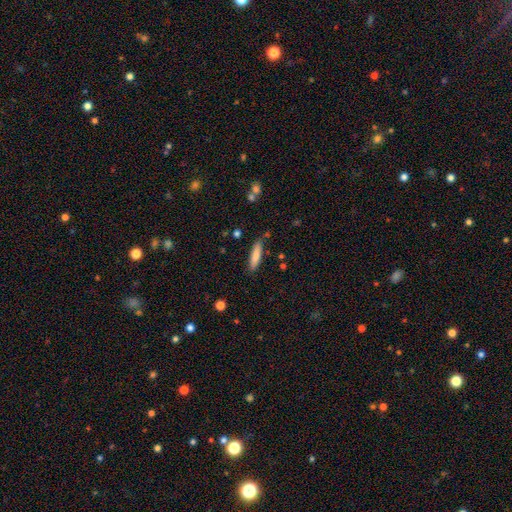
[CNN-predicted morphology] Smooth or featured? Predicted: smooth (p=0.79). How rounded? Predicted: cigar-shaped (p=0.79). Merging? Predicted: none (p=0.82).